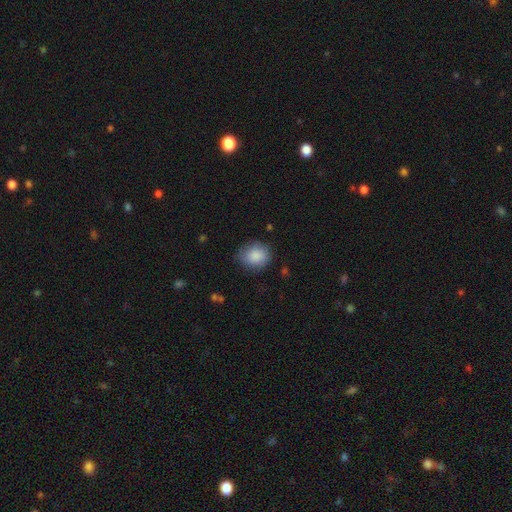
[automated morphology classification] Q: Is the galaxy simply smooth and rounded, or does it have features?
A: smooth — 87%.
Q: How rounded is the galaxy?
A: round — 66%.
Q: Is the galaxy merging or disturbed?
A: none — 75%.